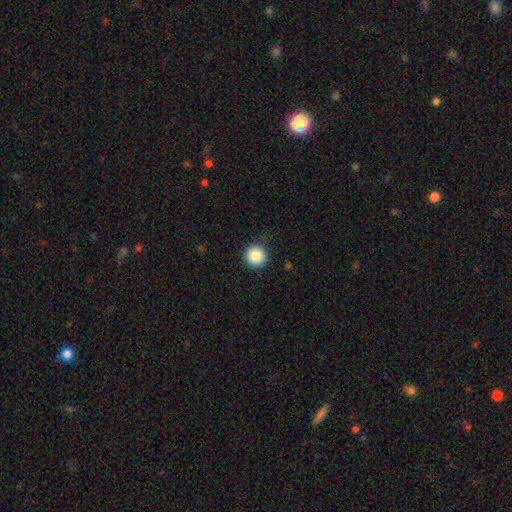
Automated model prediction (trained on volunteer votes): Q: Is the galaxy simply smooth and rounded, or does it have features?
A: smooth — 86%.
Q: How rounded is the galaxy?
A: round — 95%.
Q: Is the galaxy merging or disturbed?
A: none — 87%.